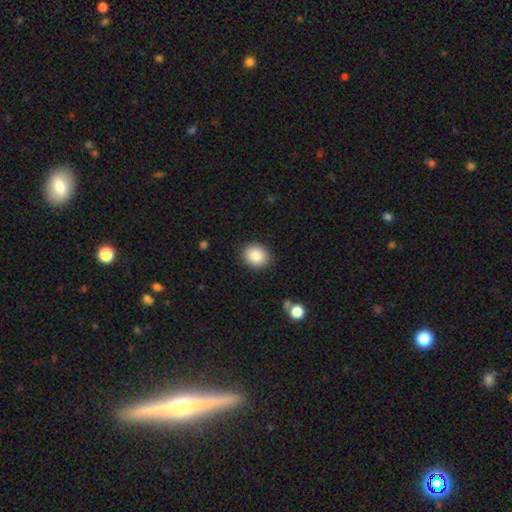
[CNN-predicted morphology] Q: Smooth or featured?
A: smooth (87%); runner-up: star or artifact (8%)
Q: How rounded?
A: round (60%); runner-up: in between (39%)
Q: Merging?
A: none (89%); runner-up: minor disturbance (8%)